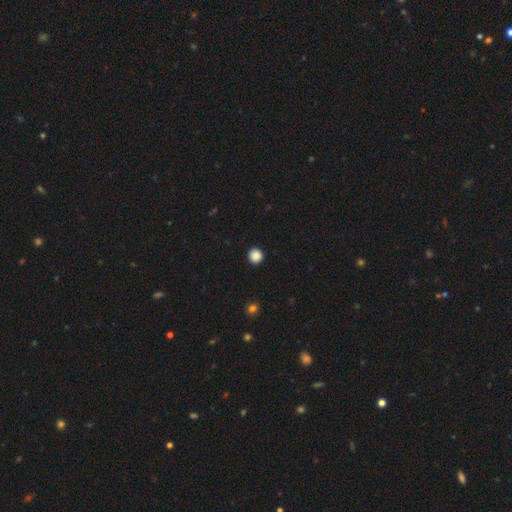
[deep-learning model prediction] Smooth or featured: smooth — 88% (star or artifact — 10%)
How rounded: round — 95% (in between — 4%)
Merging: none — 93% (minor disturbance — 4%)